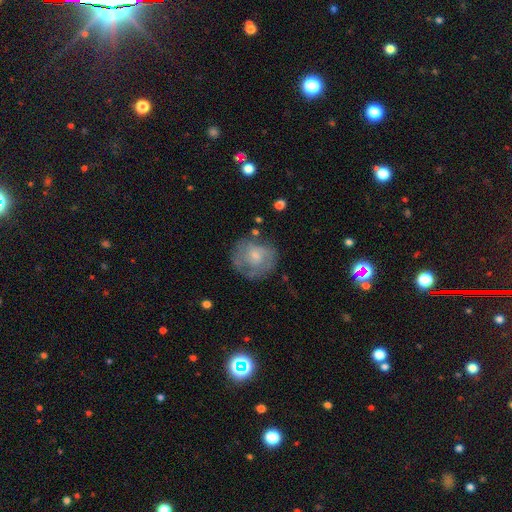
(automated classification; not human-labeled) A featured or disk galaxy (53%) with no bar (66%), spiral arms (66%) and a small central bulge (46%). Merging: none (62%).